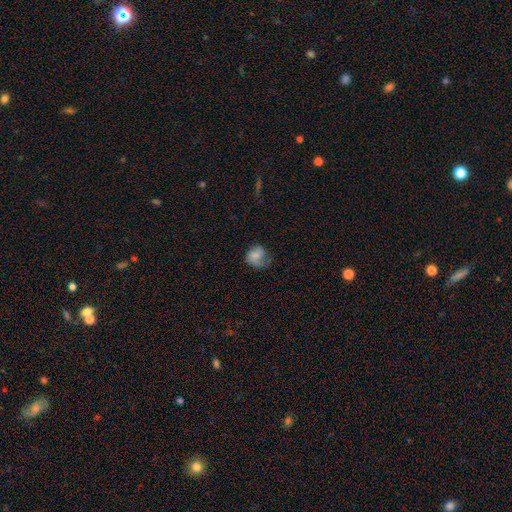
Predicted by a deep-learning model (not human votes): Smooth or featured: smooth — 60% (featured or disk — 31%)
How rounded: round — 60% (in between — 39%)
Merging: none — 41% (minor disturbance — 29%)